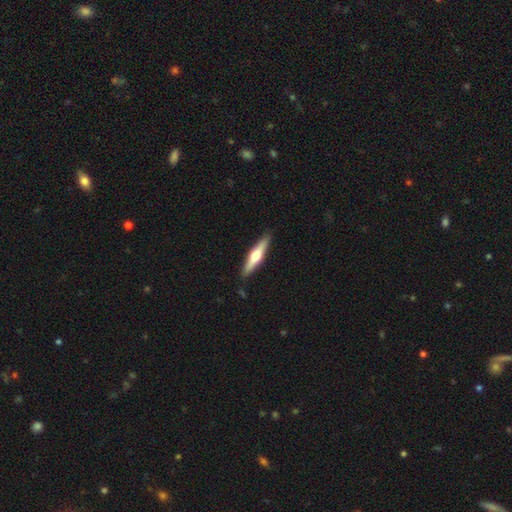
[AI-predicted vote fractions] Morphology: type=featured or disk (57%); edge-on=yes (95%); edge-on bulge=rounded (93%); merging=none (89%).